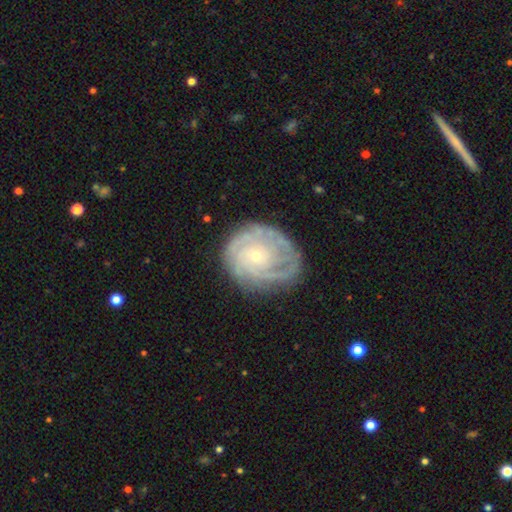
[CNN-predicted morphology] Smooth or featured? Predicted: featured or disk (p=0.82). Edge-on disk? Predicted: no (p=0.97). Bar? Predicted: no (p=0.79). Spiral arms? Predicted: yes (p=0.93). Spiral winding? Predicted: tight (p=0.72). Spiral arm count? Predicted: can't tell (p=0.36). Bulge size? Predicted: small (p=0.77). Merging? Predicted: none (p=0.74).